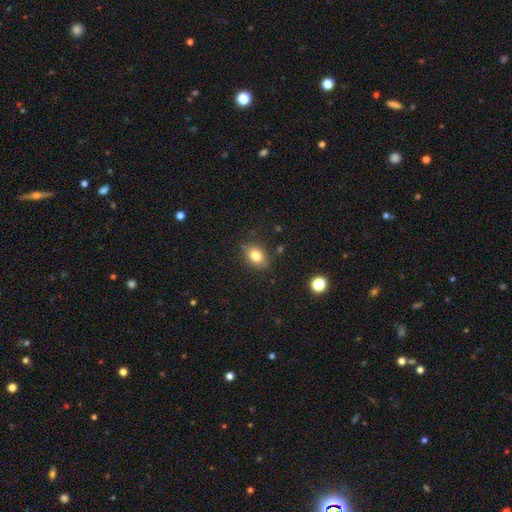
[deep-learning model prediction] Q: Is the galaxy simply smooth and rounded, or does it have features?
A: smooth — 80%.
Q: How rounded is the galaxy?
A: in between — 71%.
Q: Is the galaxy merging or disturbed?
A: none — 81%.